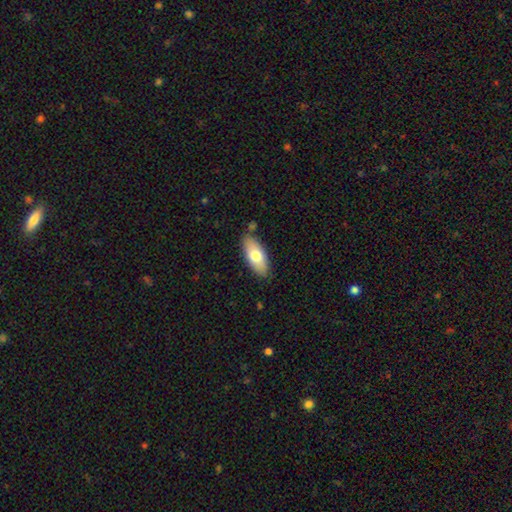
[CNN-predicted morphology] smooth_or_featured: smooth (p=0.72) [alt: featured or disk p=0.22]
how_rounded: in between (p=0.85) [alt: cigar-shaped p=0.13]
merging: none (p=0.84) [alt: minor disturbance p=0.11]